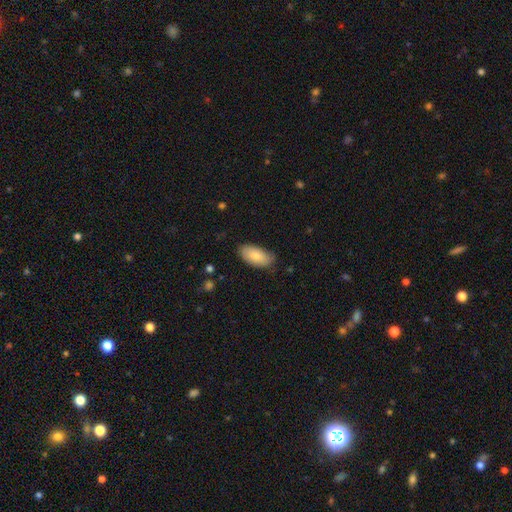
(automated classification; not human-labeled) Smooth or featured? smooth (80%)
How rounded? in between (94%)
Merging? none (74%)